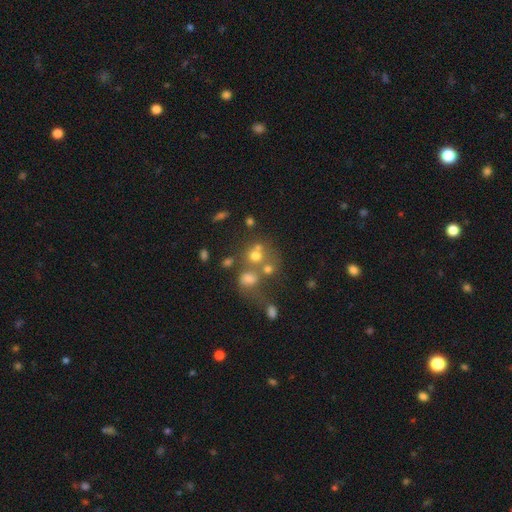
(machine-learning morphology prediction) This is possibly a smooth galaxy (57%). How rounded: likely round (72%). Merging: possibly merger (45%).